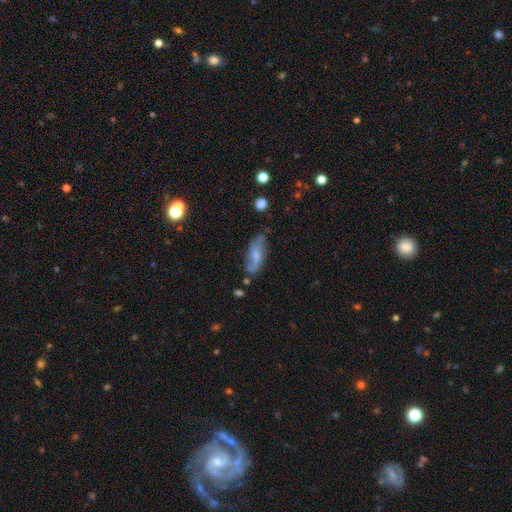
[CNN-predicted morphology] The model was most divided on "smooth or featured": featured or disk: 47%, smooth: 45%, star or artifact: 8%. More confident: merging — none (63%).